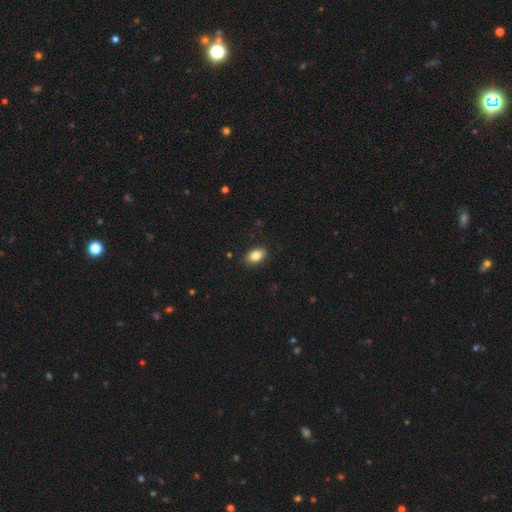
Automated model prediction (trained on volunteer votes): Smooth or featured?
  - smooth: 83% *
  - featured or disk: 9%
  - star or artifact: 8%
How rounded?
  - in between: 88% *
  - round: 10%
  - cigar-shaped: 2%
Merging?
  - none: 88% *
  - minor disturbance: 9%
  - major disturbance: 2%
  - merger: 1%